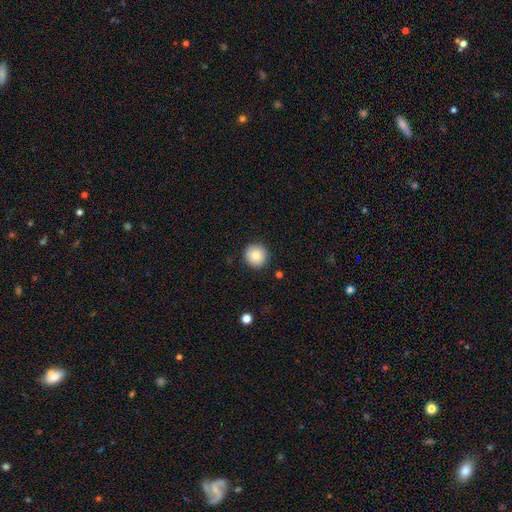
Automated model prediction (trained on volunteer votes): Smooth or featured: smooth — 85% (star or artifact — 9%)
How rounded: round — 95% (in between — 4%)
Merging: none — 91% (minor disturbance — 6%)